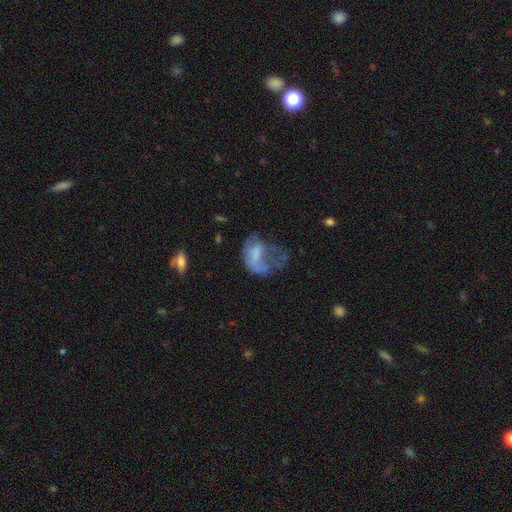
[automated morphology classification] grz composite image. It shows a smooth galaxy with no disk features (50%) that is in between round and cigar-shaped (76%). Merging: major disturbance (56%).